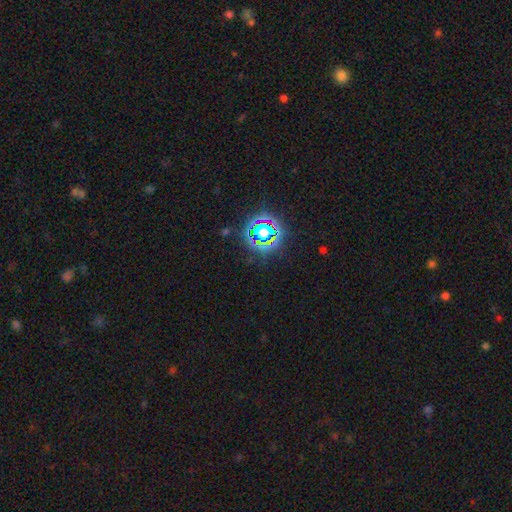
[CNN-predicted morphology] Smooth or featured? star or artifact (80%)